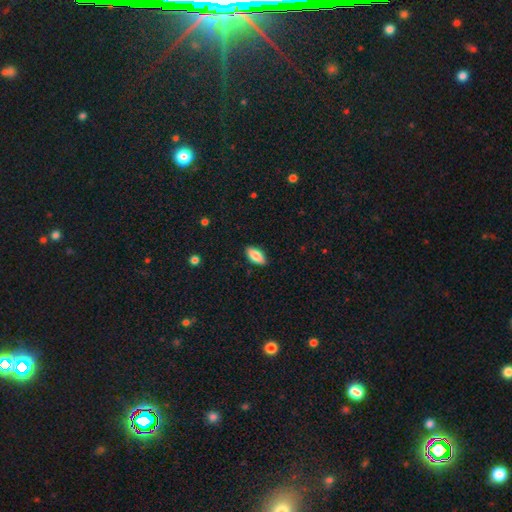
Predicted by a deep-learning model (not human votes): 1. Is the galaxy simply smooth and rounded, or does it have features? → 83% smooth, 10% featured or disk, 6% star or artifact.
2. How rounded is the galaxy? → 87% in between, 11% cigar-shaped, 2% round.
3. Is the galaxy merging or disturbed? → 88% none, 9% minor disturbance, 2% major disturbance, 1% merger.